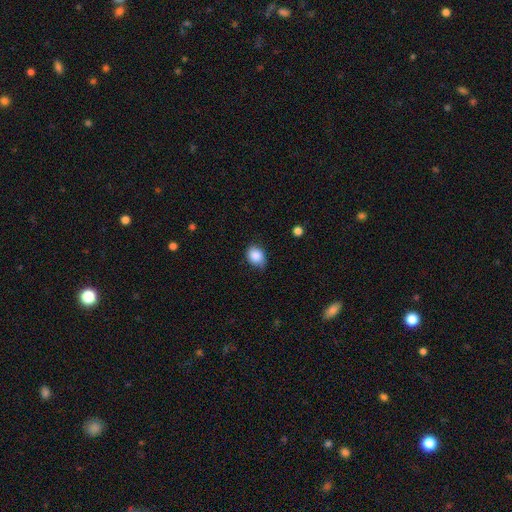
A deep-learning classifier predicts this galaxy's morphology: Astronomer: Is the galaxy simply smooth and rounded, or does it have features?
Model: smooth — 85%.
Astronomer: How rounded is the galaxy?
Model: in between — 55% (runner-up: round, 44%).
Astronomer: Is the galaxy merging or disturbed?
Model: none — 60%.